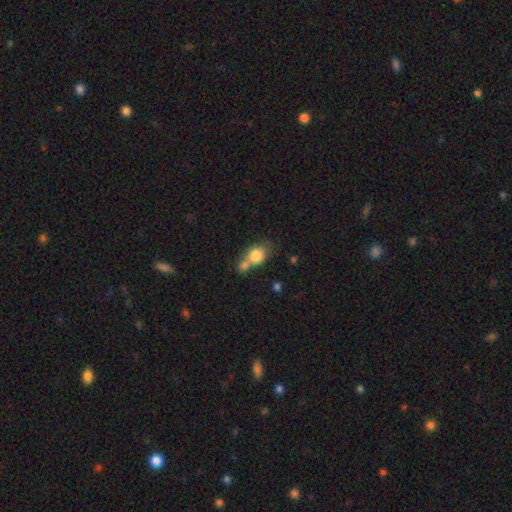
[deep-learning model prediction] Q: Smooth or featured?
A: smooth (81%); runner-up: featured or disk (11%)
Q: How rounded?
A: round (54%); runner-up: in between (44%)
Q: Merging?
A: merger (57%); runner-up: none (28%)